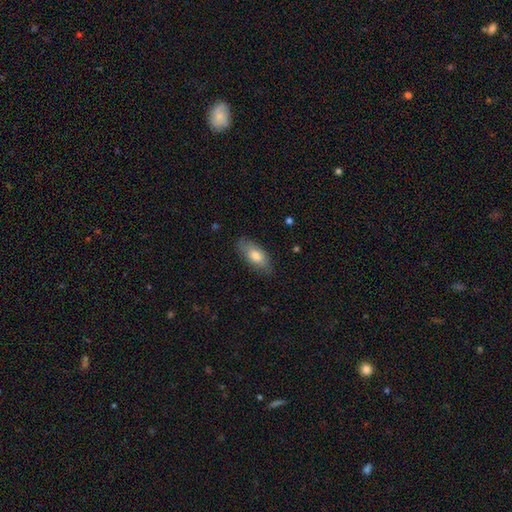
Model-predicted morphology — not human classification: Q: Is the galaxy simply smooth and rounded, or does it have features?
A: smooth — 77%.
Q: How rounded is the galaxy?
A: in between — 88%.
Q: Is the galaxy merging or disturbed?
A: none — 80%.